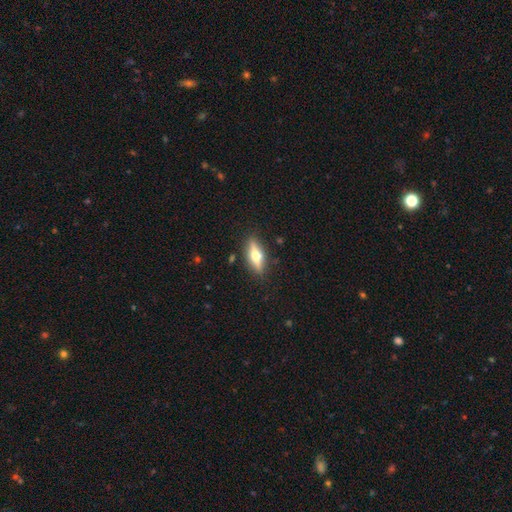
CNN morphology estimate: featured or disk 56%, smooth 38%, star or artifact 7%. Down the decision tree: edge-on disk — yes (91%); edge-on bulge — rounded (95%); merging — none (87%).